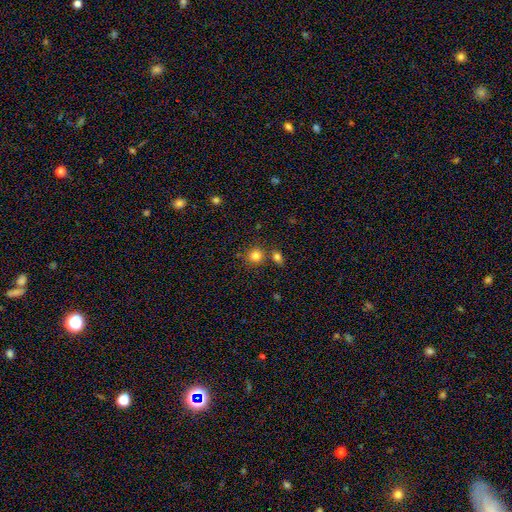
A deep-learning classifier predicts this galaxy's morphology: Q: Smooth or featured?
A: smooth (82%); runner-up: star or artifact (12%)
Q: How rounded?
A: round (88%); runner-up: in between (11%)
Q: Merging?
A: none (71%); runner-up: merger (17%)